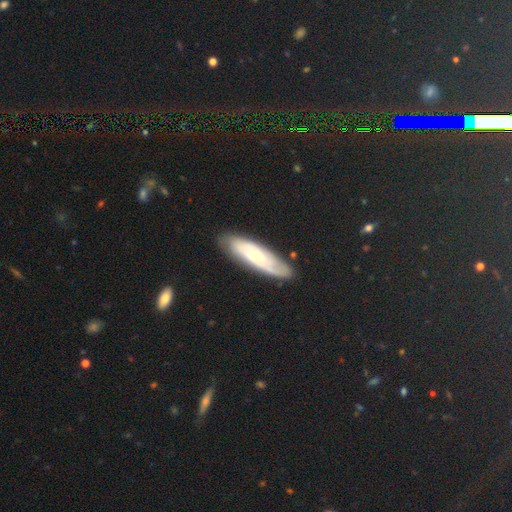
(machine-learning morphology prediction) Smooth or featured? featured or disk (60%)
Edge-on disk? no (73%)
Merging? none (81%)